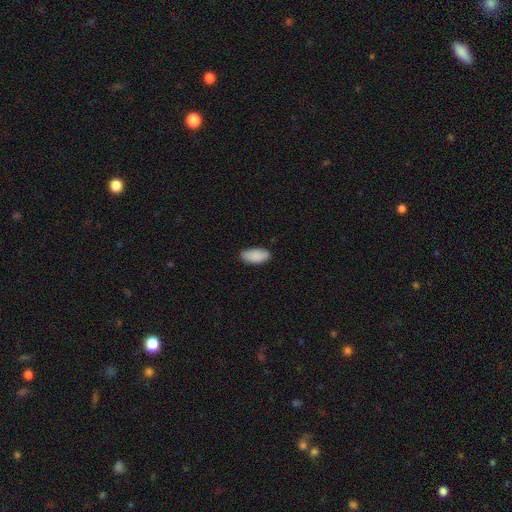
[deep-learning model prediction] smooth_or_featured: smooth (p=0.90) [alt: star or artifact p=0.06]
how_rounded: in between (p=0.92) [alt: cigar-shaped p=0.06]
merging: none (p=0.86) [alt: minor disturbance p=0.11]